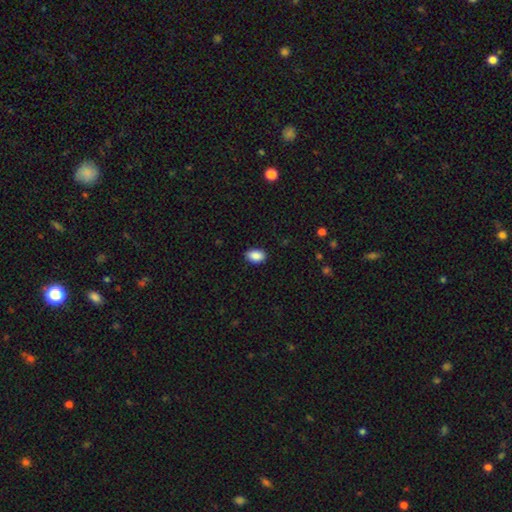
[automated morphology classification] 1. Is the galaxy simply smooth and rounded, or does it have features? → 90% smooth, 7% star or artifact, 3% featured or disk.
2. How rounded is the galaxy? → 89% in between, 10% round, 1% cigar-shaped.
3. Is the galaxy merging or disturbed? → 88% none, 9% minor disturbance, 2% major disturbance, 1% merger.